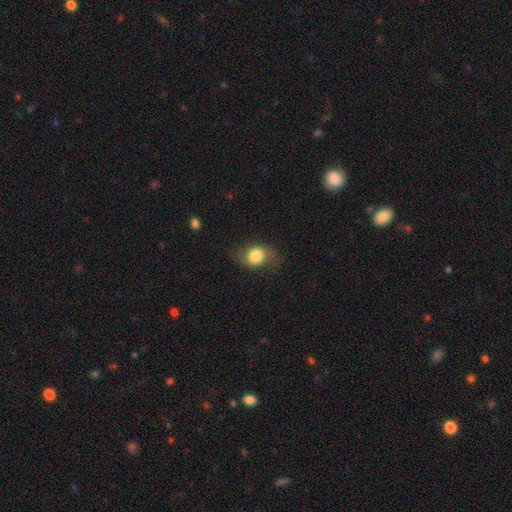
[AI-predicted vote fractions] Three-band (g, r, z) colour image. It shows a smooth galaxy with no disk features (70%) that is in between round and cigar-shaped (53%). Merging: none (67%).